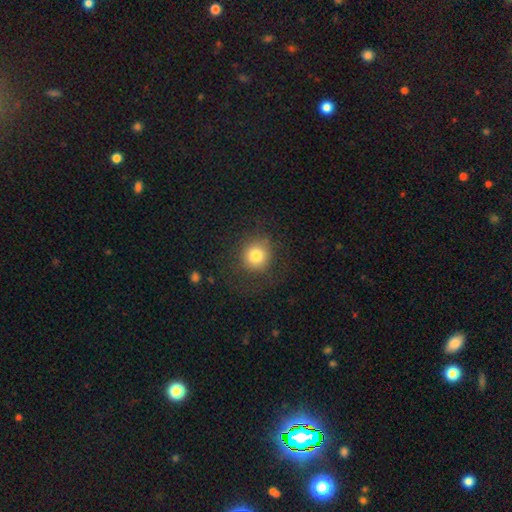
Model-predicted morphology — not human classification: A smooth galaxy with no disk features (80%) that is round (91%). Merging: none (80%).